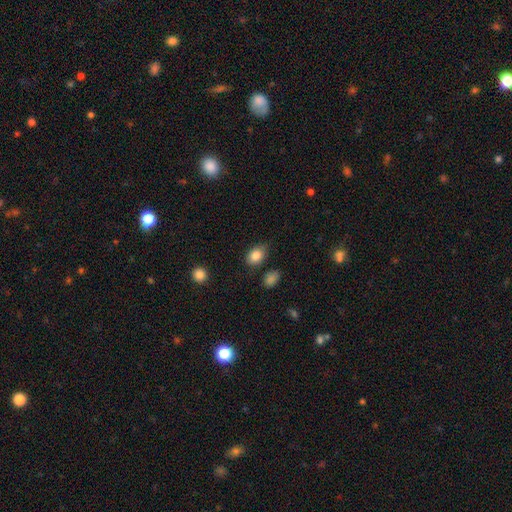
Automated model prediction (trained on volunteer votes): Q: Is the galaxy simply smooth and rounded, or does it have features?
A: smooth — 84%.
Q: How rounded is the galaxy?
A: in between — 74%.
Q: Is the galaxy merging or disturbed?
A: none — 74%.